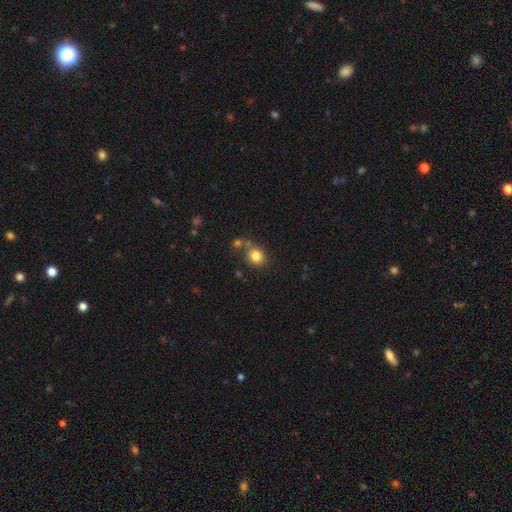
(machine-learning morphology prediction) Overall: smooth (82%). How rounded: round (59%; in between 40%). Merging: none (62%).